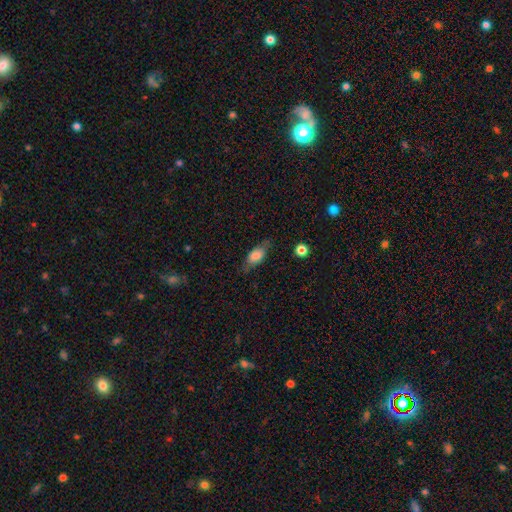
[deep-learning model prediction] A smooth galaxy with no disk features (69%) that is in between round and cigar-shaped (77%).

Vote fractions:
- Smooth or featured? smooth: 69% / featured or disk: 24% / star or artifact: 8%
- How rounded? in between: 77% / cigar-shaped: 17% / round: 6%
- Merging? none: 71% / minor disturbance: 20% / major disturbance: 7% / merger: 2%